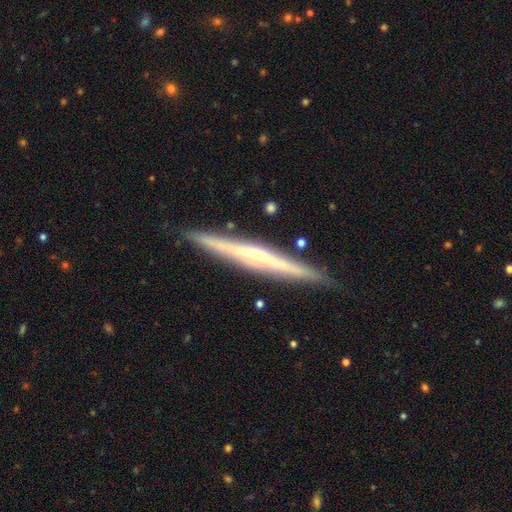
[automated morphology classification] Q: Smooth or featured?
A: featured or disk (75%); runner-up: smooth (19%)
Q: Edge-on disk?
A: yes (97%); runner-up: no (3%)
Q: Edge-on bulge?
A: rounded (56%); runner-up: none (37%)
Q: Merging?
A: none (89%); runner-up: minor disturbance (8%)